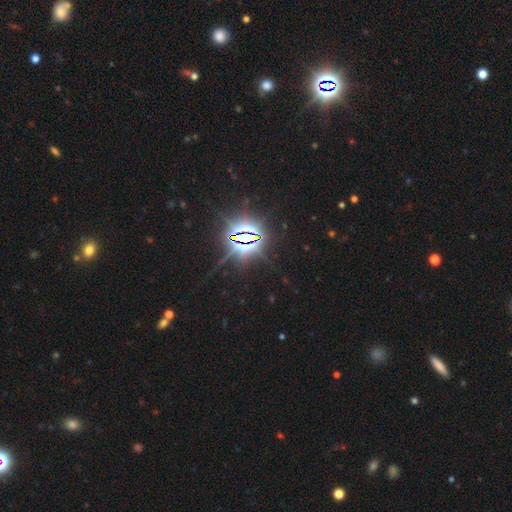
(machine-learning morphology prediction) A star or artifact, not a galaxy (86%).

Vote fractions:
- Smooth or featured? star or artifact: 86% / smooth: 8% / featured or disk: 6%